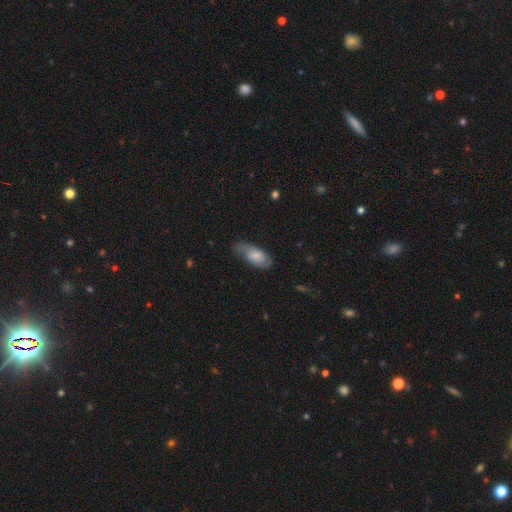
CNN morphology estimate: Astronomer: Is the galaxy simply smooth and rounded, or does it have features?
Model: smooth — 58% (runner-up: featured or disk, 36%).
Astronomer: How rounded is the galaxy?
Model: in between — 86%.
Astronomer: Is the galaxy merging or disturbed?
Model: none — 59%.